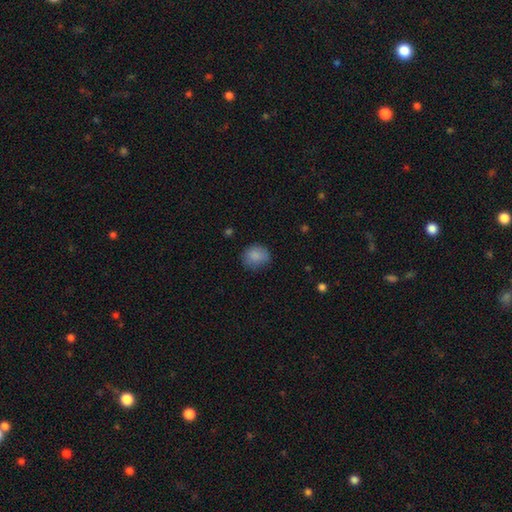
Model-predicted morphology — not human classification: Smooth or featured: smooth — 86% (star or artifact — 8%)
How rounded: round — 66% (in between — 33%)
Merging: none — 76% (minor disturbance — 19%)